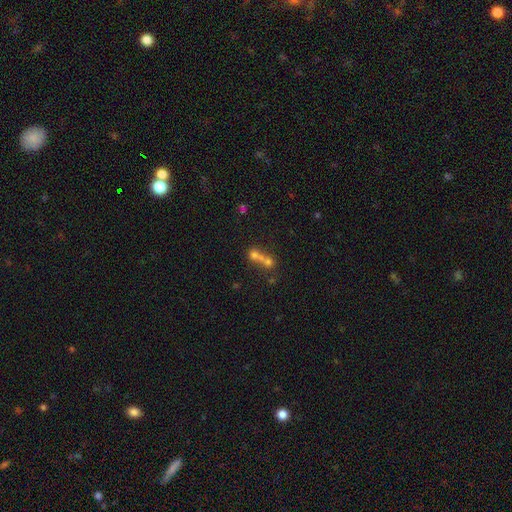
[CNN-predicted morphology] Smooth or featured? Predicted: smooth (p=0.60). How rounded? Predicted: round (p=0.69). Merging? Predicted: merger (p=0.66).